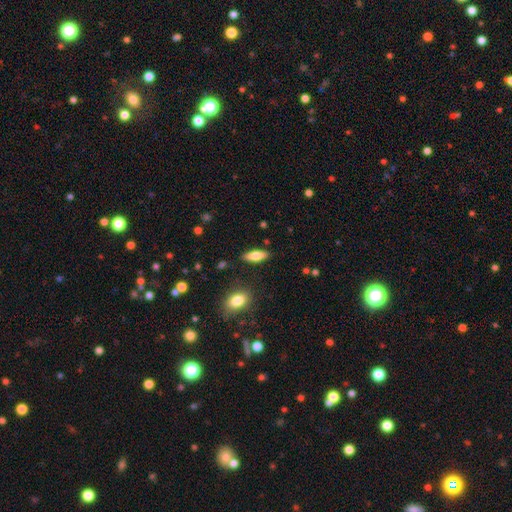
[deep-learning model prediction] smooth 69%, featured or disk 24%, star or artifact 6%. Down the decision tree: how rounded — in between (63%); merging — none (86%).